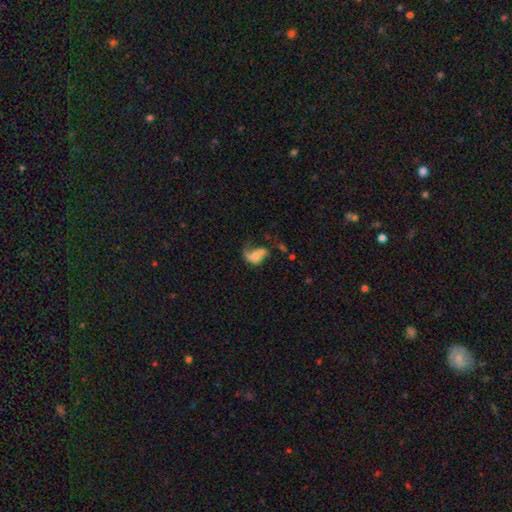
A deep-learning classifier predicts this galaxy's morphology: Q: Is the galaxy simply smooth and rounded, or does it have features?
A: smooth — 45%.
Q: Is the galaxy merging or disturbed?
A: merger — 32%.